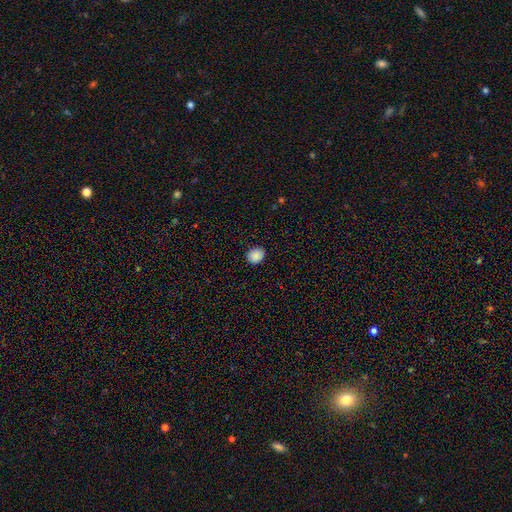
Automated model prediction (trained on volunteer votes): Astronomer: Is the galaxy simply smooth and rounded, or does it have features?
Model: smooth — 88%.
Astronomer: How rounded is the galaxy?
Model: round — 55% (runner-up: in between, 44%).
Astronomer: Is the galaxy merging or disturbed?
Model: none — 88%.